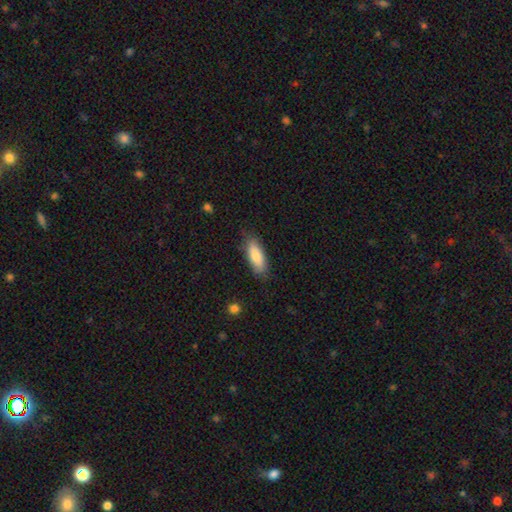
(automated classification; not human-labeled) A smooth galaxy with no disk features (82%) that is in between round and cigar-shaped (70%).

Vote fractions:
- Smooth or featured? smooth: 82% / featured or disk: 12% / star or artifact: 6%
- How rounded? in between: 70% / cigar-shaped: 28% / round: 2%
- Merging? none: 78% / minor disturbance: 17% / major disturbance: 3% / merger: 1%